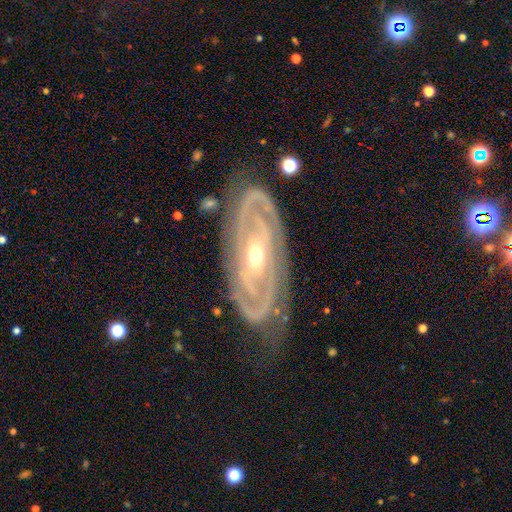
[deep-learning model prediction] Overall: featured or disk (89%). Edge-on disk: no (93%). Bar: no (53%; weak 28%). Spiral arms: yes (92%). Spiral arm count: 2 (59%). Spiral winding: tight (70%). Bulge size: moderate (59%; small 36%). Merging: none (76%).